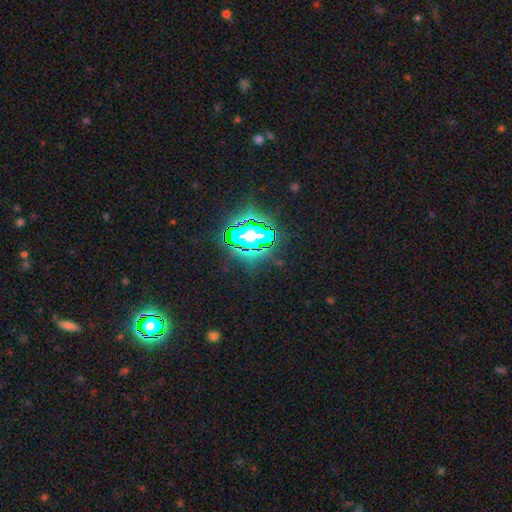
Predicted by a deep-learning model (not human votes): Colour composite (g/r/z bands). It shows a star or artifact, not a galaxy (82%).